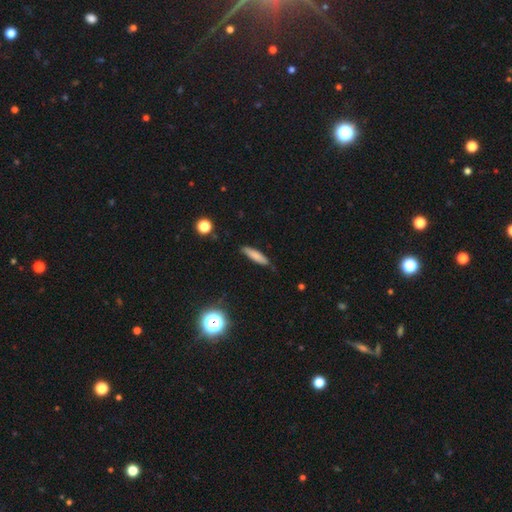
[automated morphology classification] The model was most divided on "how rounded": cigar-shaped: 79%, in between: 19%, round: 2%. More confident: merging — none (82%); smooth or featured — smooth (77%).